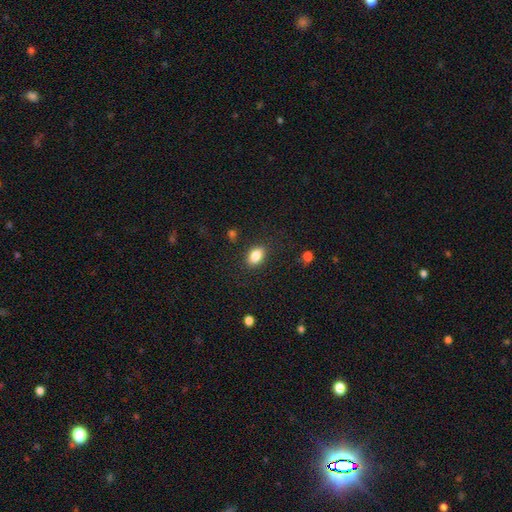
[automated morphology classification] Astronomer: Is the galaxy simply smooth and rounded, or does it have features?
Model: smooth — 86%.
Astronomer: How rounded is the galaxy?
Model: in between — 84%.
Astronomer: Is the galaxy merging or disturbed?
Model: none — 84%.